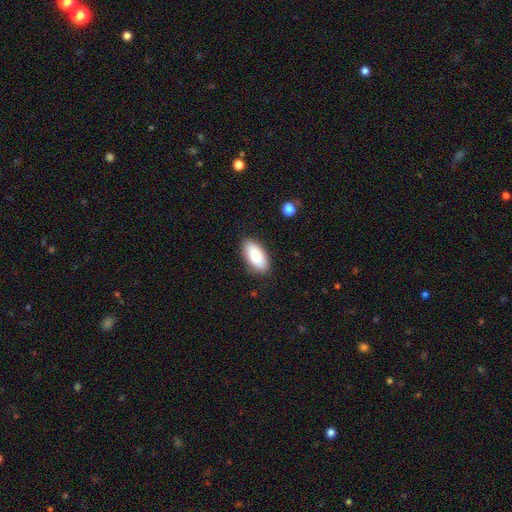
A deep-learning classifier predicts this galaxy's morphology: This appears to be a smooth galaxy with no disk features (83%) that is in between round and cigar-shaped (92%). Merging: none (86%).